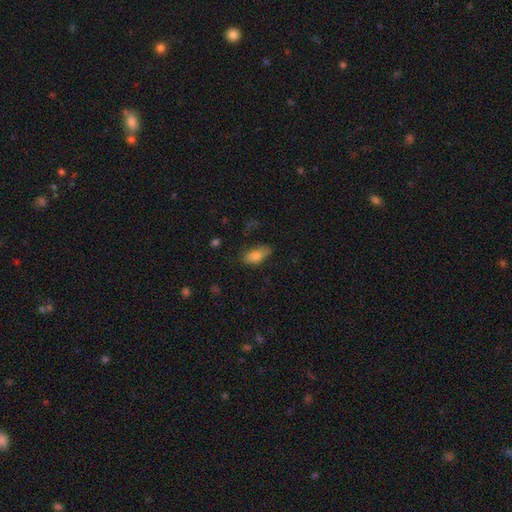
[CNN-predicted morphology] Smooth or featured? Predicted: smooth (p=0.78). How rounded? Predicted: in between (p=0.86). Merging? Predicted: none (p=0.67).